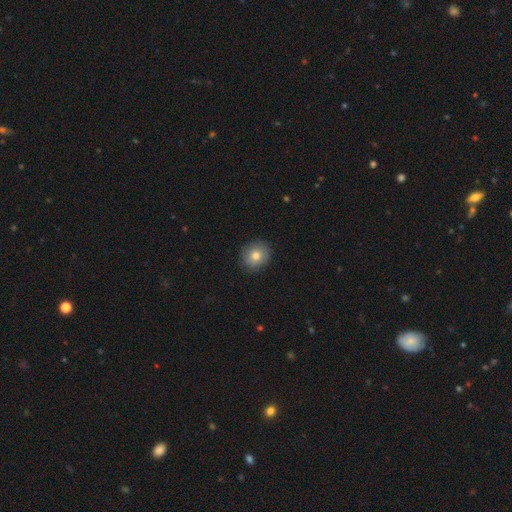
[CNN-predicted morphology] A smooth galaxy with no disk features (80%) that is round (79%).

Vote fractions:
- Smooth or featured? smooth: 80% / featured or disk: 11% / star or artifact: 9%
- How rounded? round: 79% / in between: 20% / cigar-shaped: 1%
- Merging? none: 88% / minor disturbance: 9% / major disturbance: 2% / merger: 1%